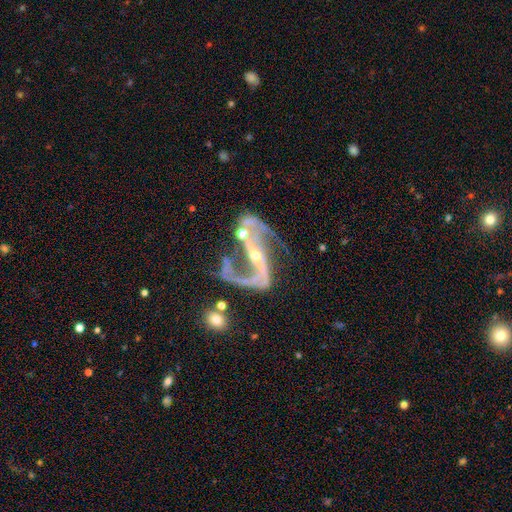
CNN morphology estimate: A featured or disk galaxy (91%) with a strong bar (52%), 2 (90%) loose (51%) spiral arms (97%) and a small central bulge (69%). Merging: none (44%).